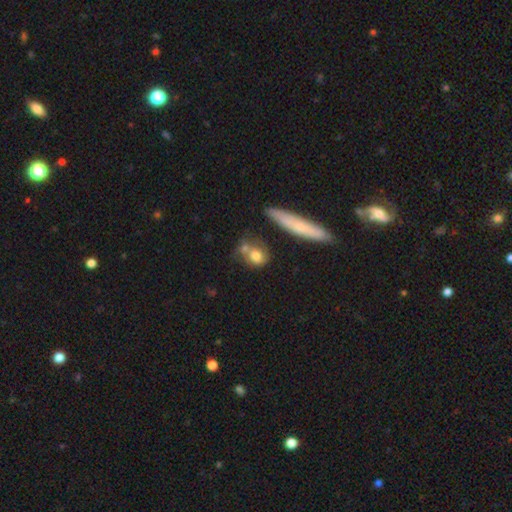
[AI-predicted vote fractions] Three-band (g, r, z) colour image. It shows a smooth galaxy with no disk features (71%) that is round (62%). Merging: none (48%).